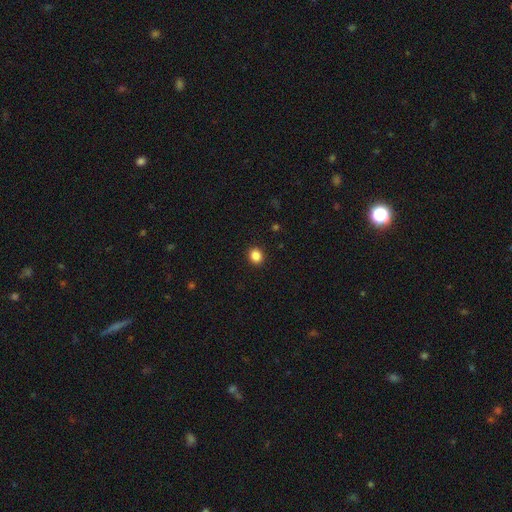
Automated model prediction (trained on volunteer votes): smooth-or-featured: smooth: 87% | star or artifact: 10% | featured or disk: 3%
  how-rounded: round: 74% | in between: 25% | cigar-shaped: 1%
  merging: none: 92% | minor disturbance: 5% | major disturbance: 2% | merger: 1%